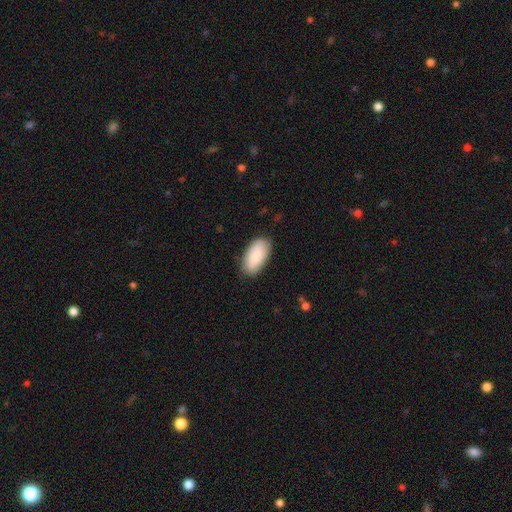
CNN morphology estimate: smooth 84%, featured or disk 10%, star or artifact 6%. Down the decision tree: how rounded — in between (94%); merging — none (83%).